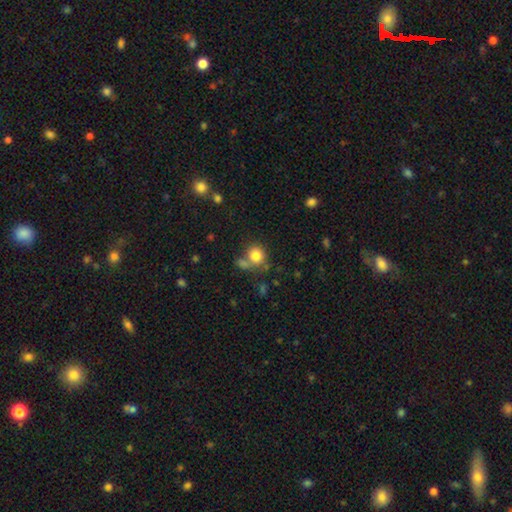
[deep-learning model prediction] Morphology: type=smooth (81%); roundness=round (83%); merging=none (56%).